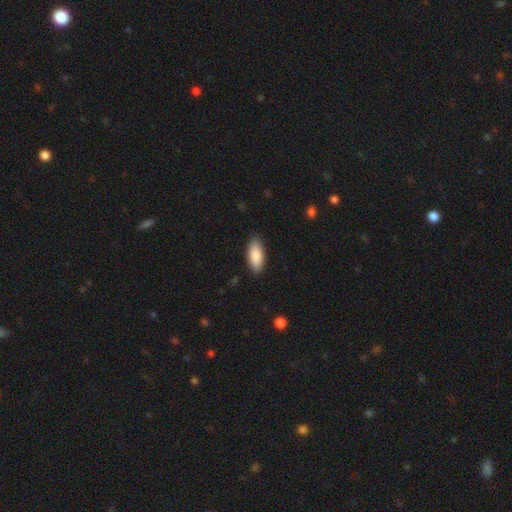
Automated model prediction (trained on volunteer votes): A smooth galaxy with no disk features (88%) that is in between round and cigar-shaped (83%). Merging: none (88%).